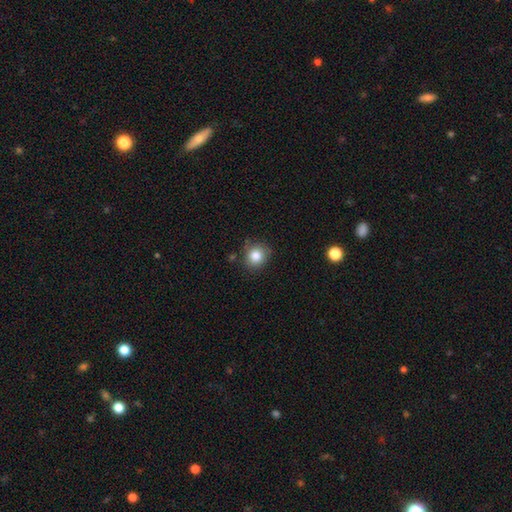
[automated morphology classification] smooth-or-featured: smooth: 83% | star or artifact: 10% | featured or disk: 7%
  how-rounded: round: 83% | in between: 16% | cigar-shaped: 1%
  merging: none: 80% | minor disturbance: 14% | major disturbance: 3% | merger: 3%